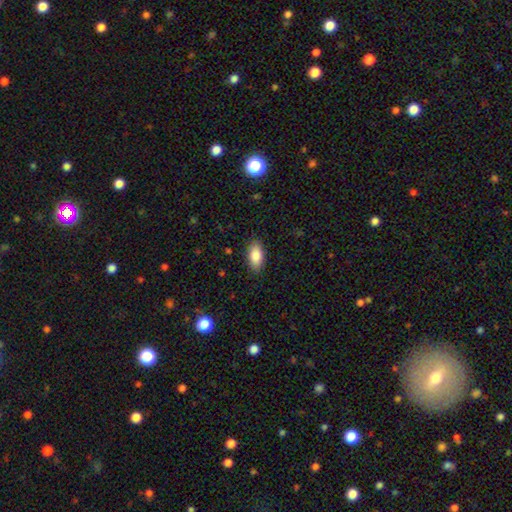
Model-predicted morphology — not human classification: smooth_or_featured: smooth (p=0.86) [alt: featured or disk p=0.07]
how_rounded: in between (p=0.92) [alt: cigar-shaped p=0.05]
merging: none (p=0.87) [alt: minor disturbance p=0.09]